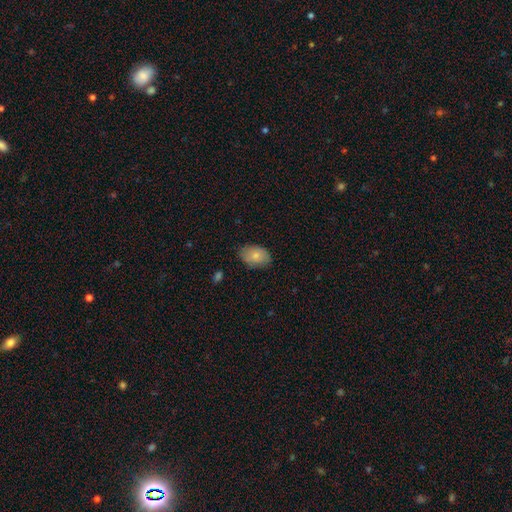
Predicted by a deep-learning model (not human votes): The model was most divided on "merging": none: 79%, minor disturbance: 17%, major disturbance: 3%, merger: 1%. More confident: how rounded — in between (87%); smooth or featured — smooth (81%).